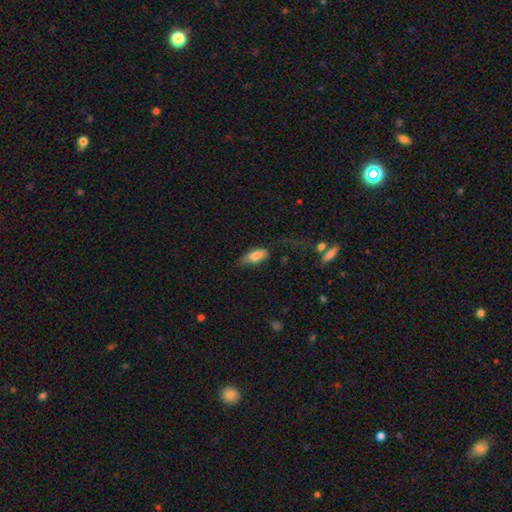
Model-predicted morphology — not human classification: smooth 78%, featured or disk 14%, star or artifact 7%. Down the decision tree: how rounded — in between (81%); merging — none (45%).